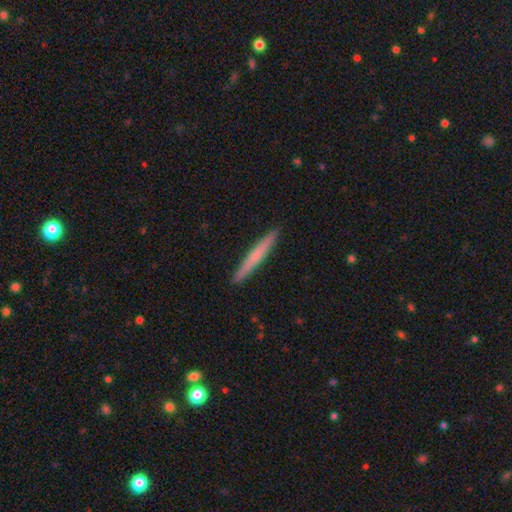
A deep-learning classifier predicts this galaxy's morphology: smooth_or_featured: smooth (p=0.57) [alt: featured or disk p=0.37]
how_rounded: cigar-shaped (p=0.97) [alt: in between p=0.02]
merging: none (p=0.92) [alt: minor disturbance p=0.05]